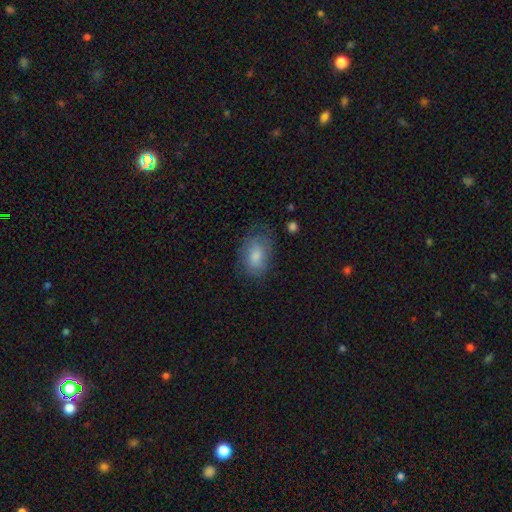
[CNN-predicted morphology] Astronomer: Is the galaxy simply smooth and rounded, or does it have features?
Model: smooth — 70%.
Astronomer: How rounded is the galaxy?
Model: in between — 85%.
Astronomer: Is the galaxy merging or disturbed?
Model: none — 69%.